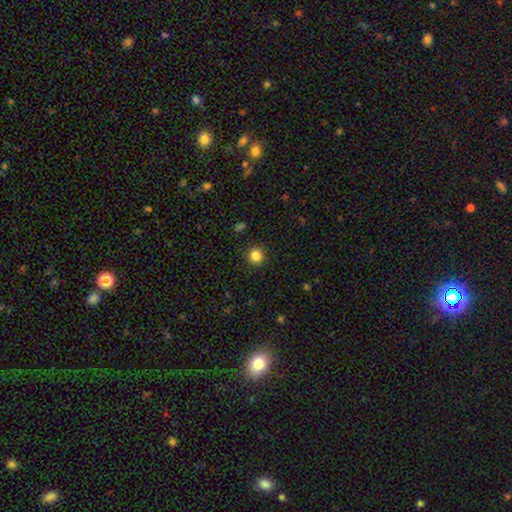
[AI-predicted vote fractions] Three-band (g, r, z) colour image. It shows a smooth galaxy with no disk features (84%) that is round (93%). Merging: none (92%).